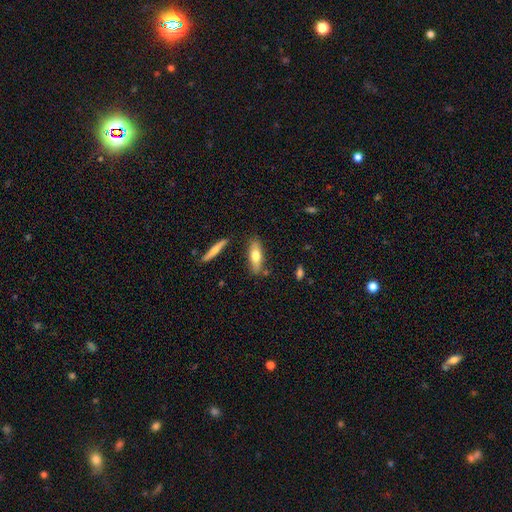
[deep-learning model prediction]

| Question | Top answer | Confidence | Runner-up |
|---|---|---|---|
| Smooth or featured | smooth | 65% | featured or disk (28%) |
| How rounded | in between | 50% | cigar-shaped (48%) |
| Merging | none | 78% | minor disturbance (14%) |